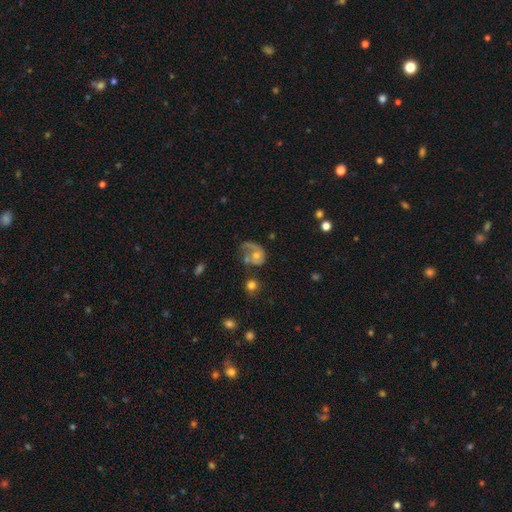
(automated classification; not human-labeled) smooth-or-featured: featured or disk: 51% | smooth: 39% | star or artifact: 10%
  disk-edge-on: no: 97% | yes: 3%
  merging: major disturbance: 39% | none: 26% | minor disturbance: 20% | merger: 16%